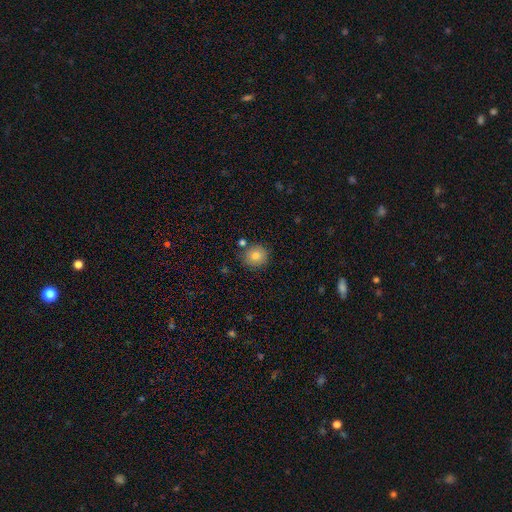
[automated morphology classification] A smooth galaxy with no disk features (80%) that is round (90%).

Vote fractions:
- Smooth or featured? smooth: 80% / star or artifact: 10% / featured or disk: 10%
- How rounded? round: 90% / in between: 9% / cigar-shaped: 1%
- Merging? none: 82% / minor disturbance: 10% / merger: 6% / major disturbance: 2%